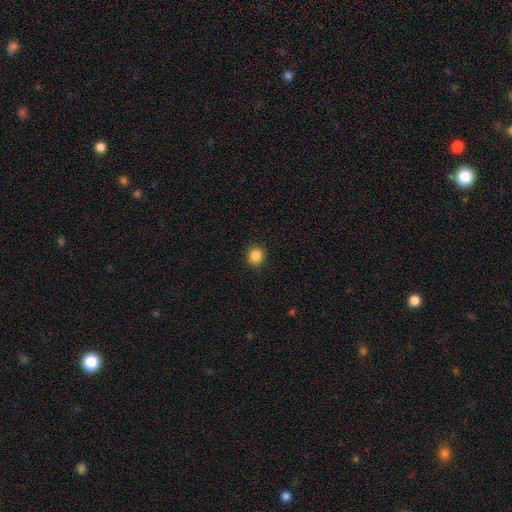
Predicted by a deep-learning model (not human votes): A smooth galaxy with no disk features (87%) that is round (82%).

Vote fractions:
- Smooth or featured? smooth: 87% / star or artifact: 10% / featured or disk: 3%
- How rounded? round: 82% / in between: 17% / cigar-shaped: 1%
- Merging? none: 91% / minor disturbance: 6% / major disturbance: 2% / merger: 1%